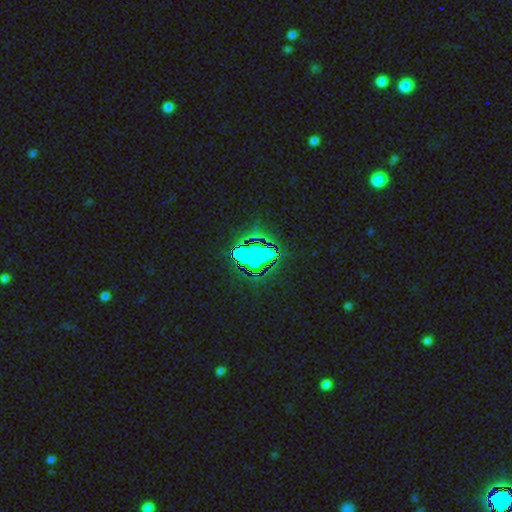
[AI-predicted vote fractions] A star or artifact, not a galaxy (73%).